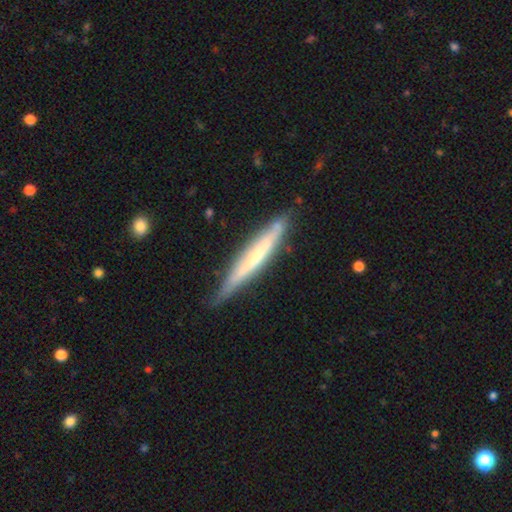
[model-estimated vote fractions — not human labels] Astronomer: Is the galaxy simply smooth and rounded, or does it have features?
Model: featured or disk — 56% (runner-up: smooth, 39%).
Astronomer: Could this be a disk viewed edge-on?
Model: yes — 91%.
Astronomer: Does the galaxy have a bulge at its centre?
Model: none — 60%.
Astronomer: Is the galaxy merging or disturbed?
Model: none — 78%.